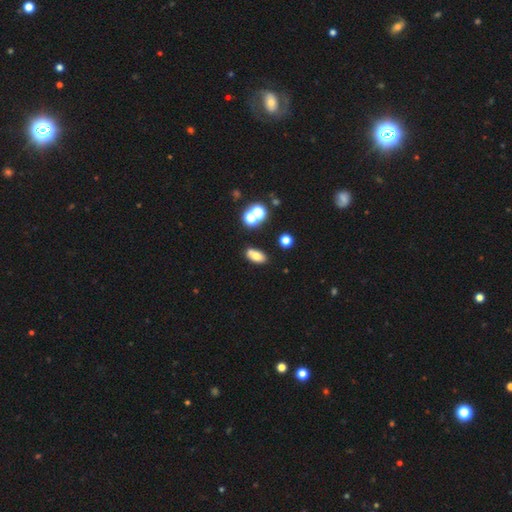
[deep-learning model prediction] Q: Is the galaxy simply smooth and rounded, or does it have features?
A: smooth — 71%.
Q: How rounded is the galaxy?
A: in between — 88%.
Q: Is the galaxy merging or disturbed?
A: none — 75%.